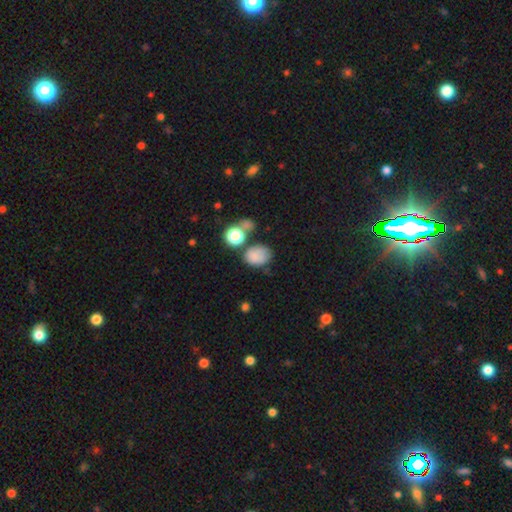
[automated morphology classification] The model was most divided on "how rounded": in between: 63%, round: 36%, cigar-shaped: 1%. More confident: smooth or featured — smooth (79%); merging — none (50%).